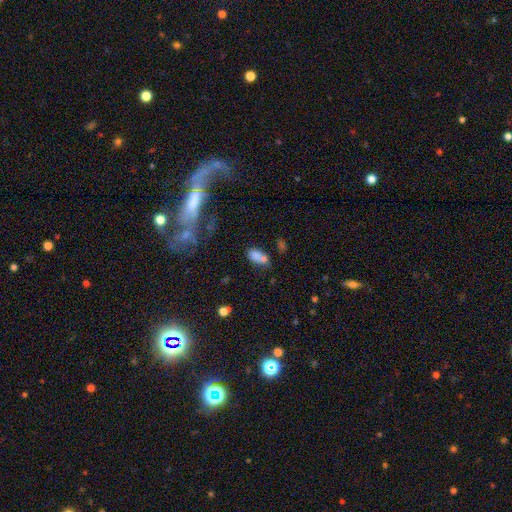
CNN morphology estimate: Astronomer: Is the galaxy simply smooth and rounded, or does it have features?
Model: smooth — 77%.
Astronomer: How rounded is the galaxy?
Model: in between — 87%.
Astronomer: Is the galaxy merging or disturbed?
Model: none — 40% (runner-up: merger, 38%).